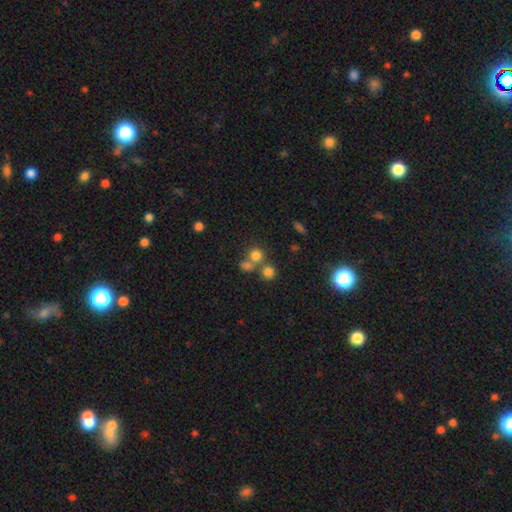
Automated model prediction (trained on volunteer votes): Overall: smooth (74%). How rounded: round (86%). Merging: none (54%; merger 34%).